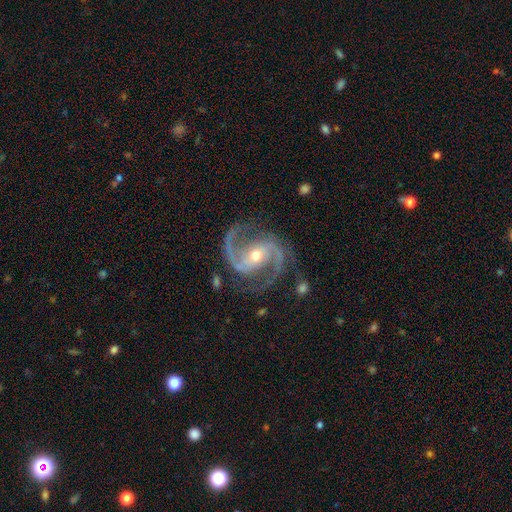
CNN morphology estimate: A featured or disk galaxy (94%) with a weak bar (38%), 2 (93%) medium (67%) spiral arms (99%) and a moderate central bulge (60%).

Vote fractions:
- Smooth or featured? featured or disk: 94% / star or artifact: 4% / smooth: 2%
- Edge-on disk? no: 98% / yes: 2%
- Bar? weak: 38% / no: 33% / strong: 29%
- Spiral arms? yes: 99% / no: 1%
- Spiral winding? medium: 67% / tight: 18% / loose: 15%
- Spiral arm count? 2: 93% / 3: 3% / can't tell: 1% / 1: 1% / 4: 1% / more than 4: 1%
- Bulge size? moderate: 60% / small: 36% / large: 2% / none: 1% / dominant: 1%
- Merging? none: 80% / minor disturbance: 13% / major disturbance: 5% / merger: 2%